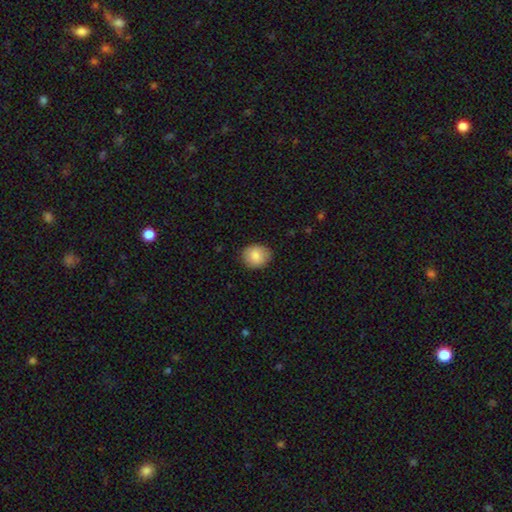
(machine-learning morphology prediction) type=smooth (84%); roundness=round (63%); merging=none (86%).